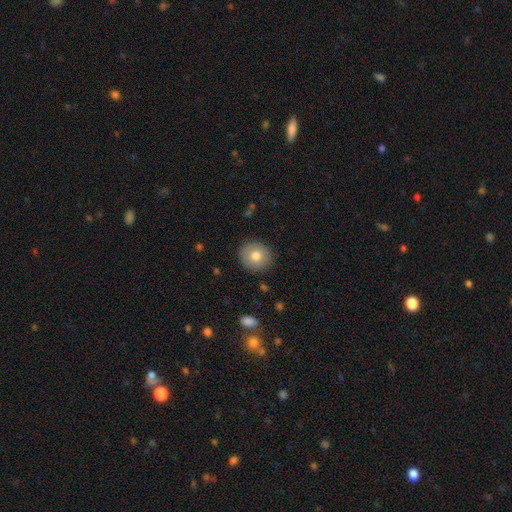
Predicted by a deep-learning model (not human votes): Smooth or featured? smooth (75%)
How rounded? round (84%)
Merging? none (89%)